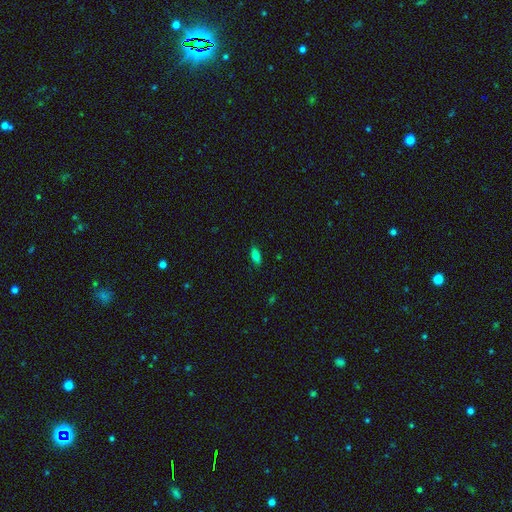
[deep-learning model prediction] Q: Smooth or featured?
A: smooth (74%); runner-up: featured or disk (15%)
Q: How rounded?
A: in between (79%); runner-up: cigar-shaped (17%)
Q: Merging?
A: none (85%); runner-up: minor disturbance (12%)